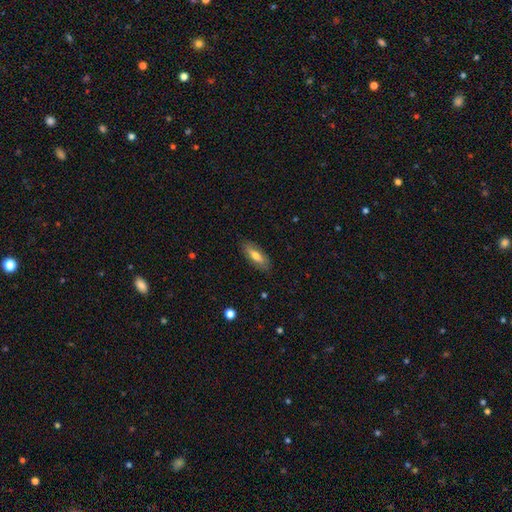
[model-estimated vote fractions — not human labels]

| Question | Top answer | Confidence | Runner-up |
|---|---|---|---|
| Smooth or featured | smooth | 64% | featured or disk (30%) |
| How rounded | in between | 62% | cigar-shaped (35%) |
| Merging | none | 85% | minor disturbance (12%) |